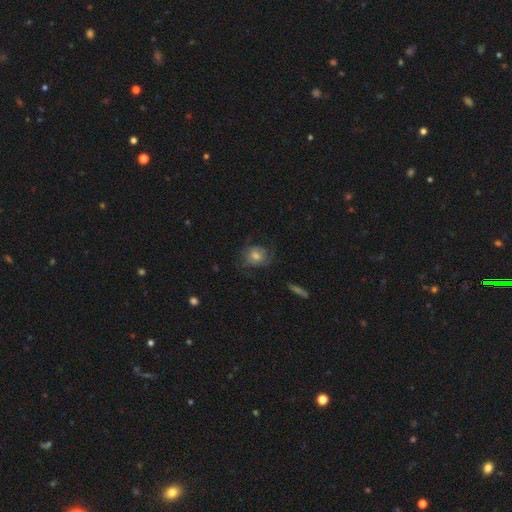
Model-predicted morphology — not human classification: A smooth galaxy with no disk features (48%).

Vote fractions:
- Smooth or featured? smooth: 48% / featured or disk: 38% / star or artifact: 14%
- Merging? none: 66% / minor disturbance: 20% / major disturbance: 13% / merger: 1%